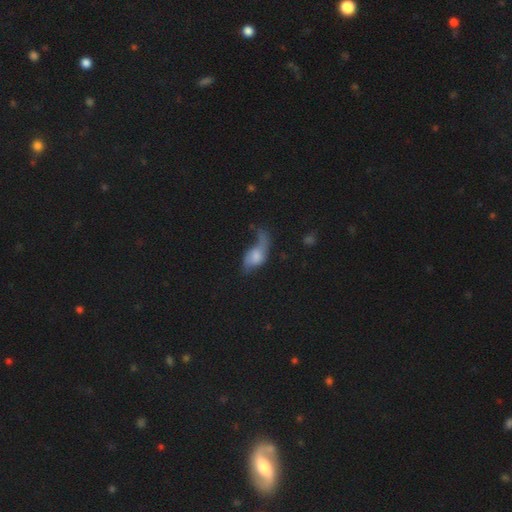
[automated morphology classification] This appears to be a smooth galaxy with no disk features (49%). Merging: major disturbance (47%).